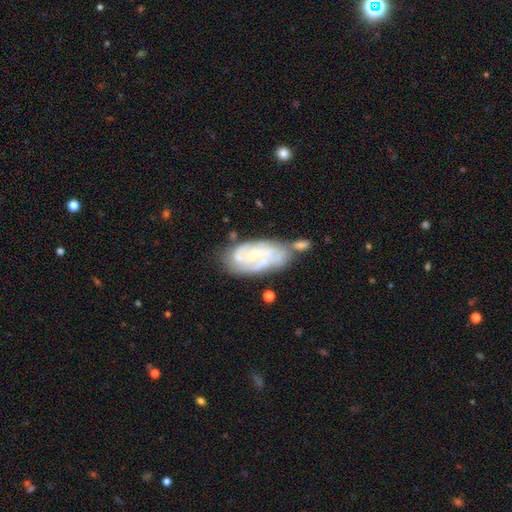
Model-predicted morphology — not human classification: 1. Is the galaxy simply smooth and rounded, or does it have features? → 80% featured or disk, 14% smooth, 6% star or artifact.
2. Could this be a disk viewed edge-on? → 95% no, 5% yes.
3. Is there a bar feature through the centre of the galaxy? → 49% no, 40% weak, 11% strong.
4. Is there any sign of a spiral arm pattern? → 93% yes, 7% no.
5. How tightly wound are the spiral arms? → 55% tight, 35% medium, 9% loose.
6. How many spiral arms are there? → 41% 2, 27% can't tell, 20% 3, 6% 4, 4% 1, 3% more than 4.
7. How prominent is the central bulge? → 58% small, 37% moderate, 2% none, 2% large, 1% dominant.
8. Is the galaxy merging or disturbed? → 48% none, 24% minor disturbance, 19% merger, 10% major disturbance.